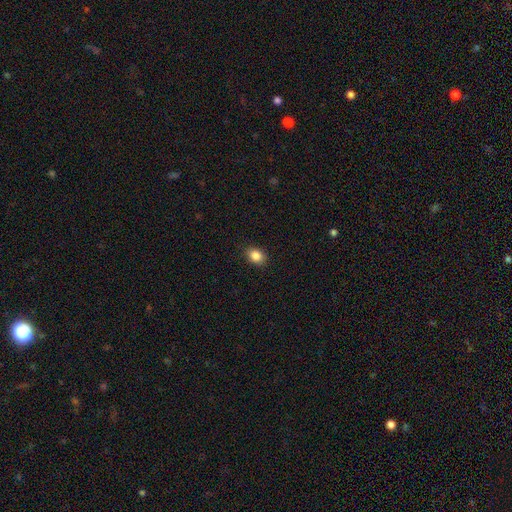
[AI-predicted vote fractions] Overall: smooth (86%). How rounded: in between (64%; round 35%). Merging: none (88%).